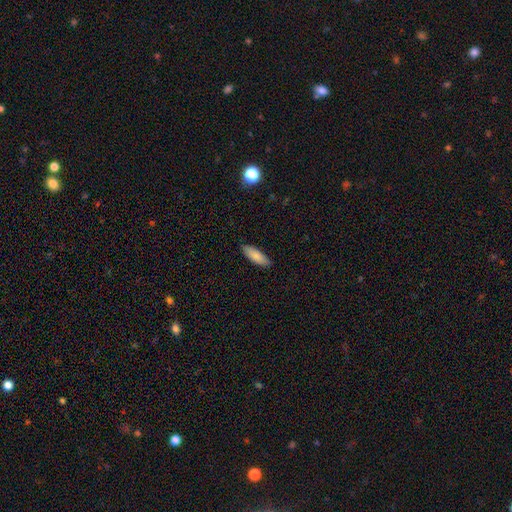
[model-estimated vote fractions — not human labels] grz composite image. It shows a smooth galaxy with no disk features (86%) that is in between round and cigar-shaped (58%). Merging: none (88%).